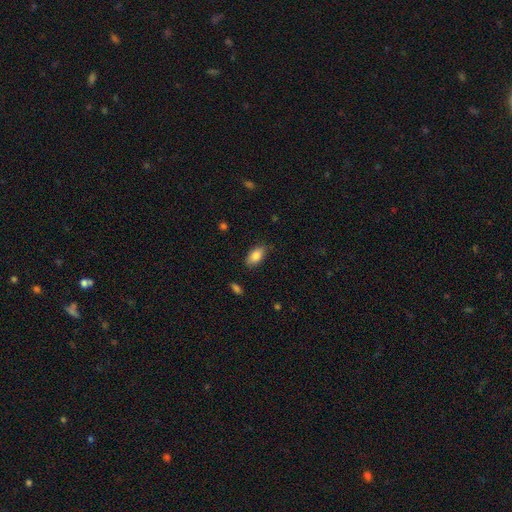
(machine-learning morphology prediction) Q: Smooth or featured?
A: smooth (84%); runner-up: featured or disk (9%)
Q: How rounded?
A: in between (91%); runner-up: cigar-shaped (5%)
Q: Merging?
A: none (80%); runner-up: minor disturbance (16%)